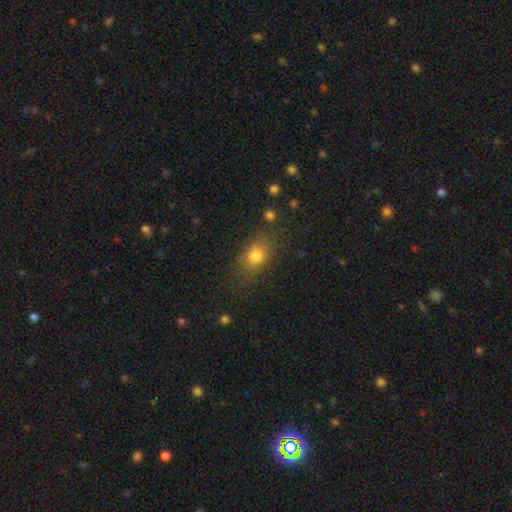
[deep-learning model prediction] Smooth or featured? Predicted: smooth (p=0.78). How rounded? Predicted: in between (p=0.65). Merging? Predicted: none (p=0.73).